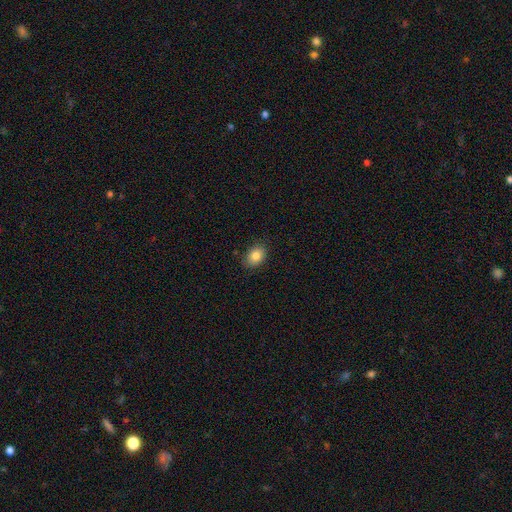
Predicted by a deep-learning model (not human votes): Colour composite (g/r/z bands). It shows a smooth galaxy with no disk features (84%) that is in between round and cigar-shaped (67%). Merging: none (86%).